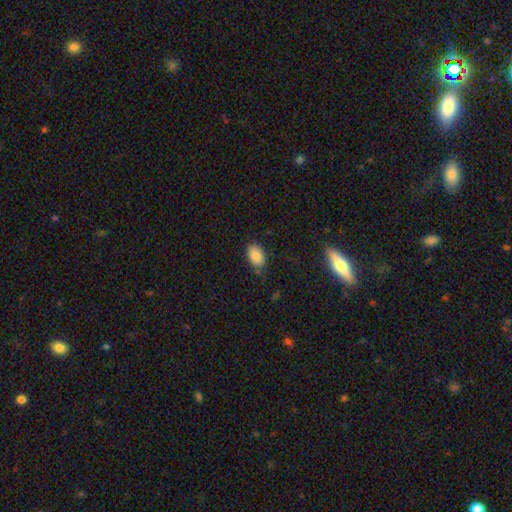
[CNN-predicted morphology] smooth-or-featured: smooth: 85% | star or artifact: 8% | featured or disk: 7%
  how-rounded: in between: 92% | round: 7% | cigar-shaped: 1%
  merging: none: 77% | minor disturbance: 18% | major disturbance: 4% | merger: 2%